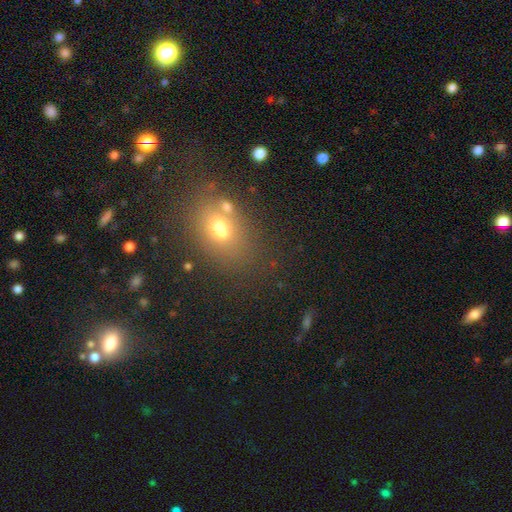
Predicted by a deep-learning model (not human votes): Smooth or featured?
  - smooth: 56% *
  - star or artifact: 34%
  - featured or disk: 11%
How rounded?
  - in between: 57% *
  - round: 40%
  - cigar-shaped: 2%
Merging?
  - none: 75% *
  - minor disturbance: 11%
  - merger: 8%
  - major disturbance: 6%